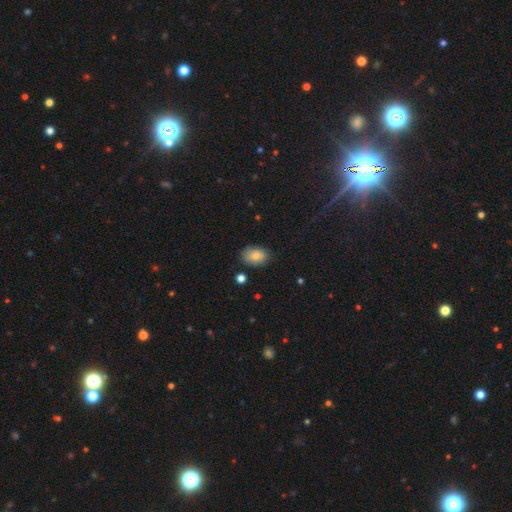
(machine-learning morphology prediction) A smooth galaxy with no disk features (82%) that is in between round and cigar-shaped (81%). Merging: none (76%).